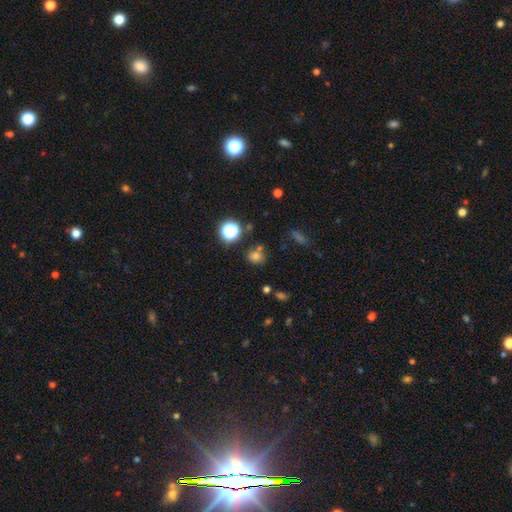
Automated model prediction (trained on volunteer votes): Smooth or featured? smooth (67%)
How rounded? round (76%)
Merging? none (72%)